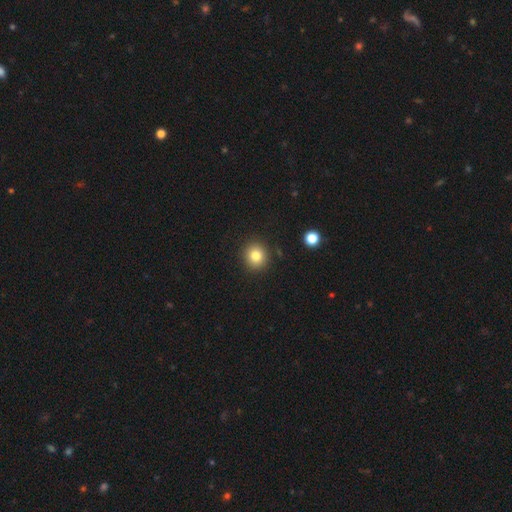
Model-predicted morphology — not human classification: Smooth or featured: smooth — 82% (star or artifact — 11%)
How rounded: round — 89% (in between — 10%)
Merging: none — 90% (minor disturbance — 6%)